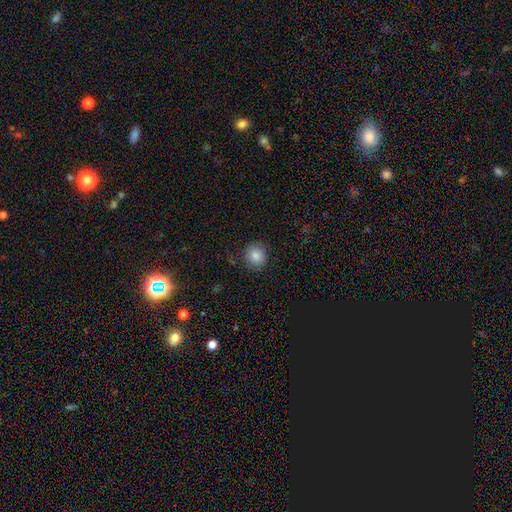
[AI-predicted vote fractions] Overall: smooth (84%). How rounded: round (89%). Merging: none (85%).